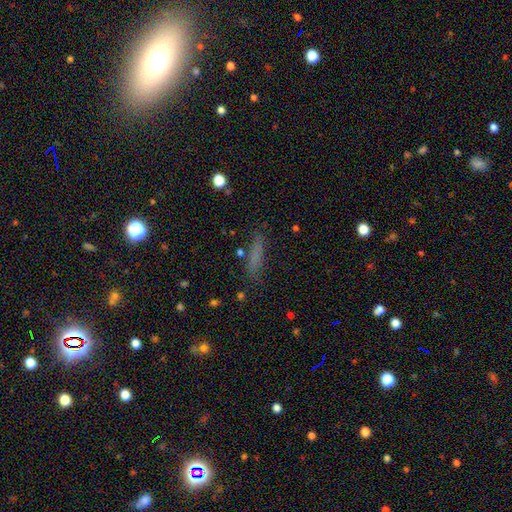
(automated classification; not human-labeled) The model was most divided on "smooth or featured": smooth: 67%, featured or disk: 18%, star or artifact: 15%. More confident: how rounded — cigar-shaped (84%); merging — none (78%).